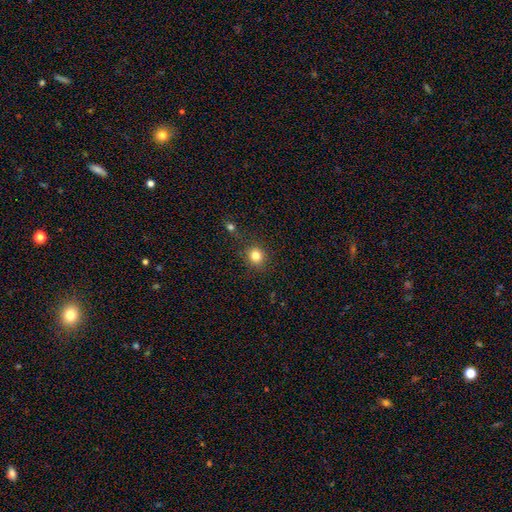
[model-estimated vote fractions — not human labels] A smooth galaxy with no disk features (82%) that is round (84%). Merging: none (85%).